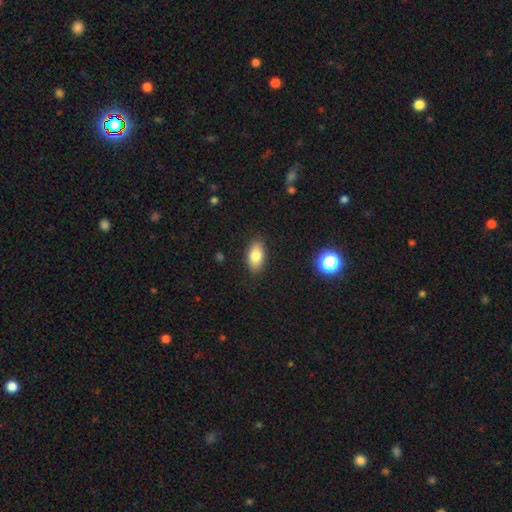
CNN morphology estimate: smooth 81%, featured or disk 10%, star or artifact 8%. Down the decision tree: how rounded — in between (91%); merging — none (87%).